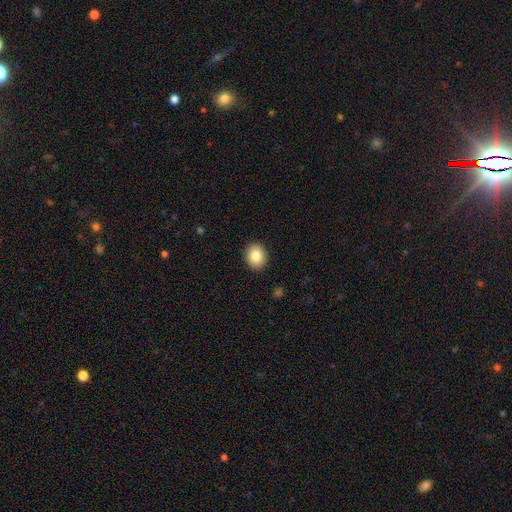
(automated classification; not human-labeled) Smooth or featured?
  - smooth: 84% *
  - star or artifact: 8%
  - featured or disk: 7%
How rounded?
  - round: 61% *
  - in between: 38%
  - cigar-shaped: 1%
Merging?
  - none: 91% *
  - minor disturbance: 6%
  - major disturbance: 2%
  - merger: 1%